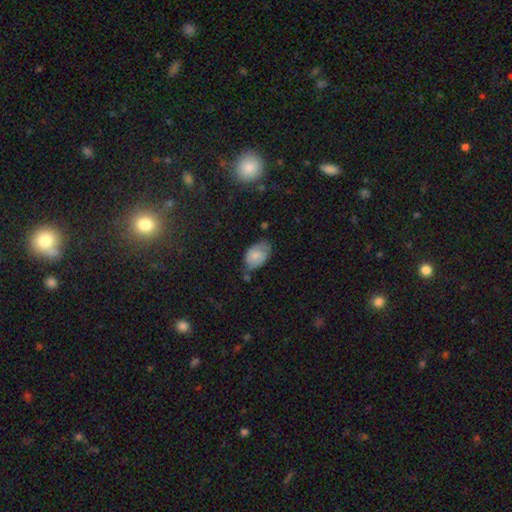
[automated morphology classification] smooth_or_featured: smooth (p=0.75) [alt: featured or disk p=0.17]
how_rounded: in between (p=0.91) [alt: round p=0.08]
merging: none (p=0.54) [alt: minor disturbance p=0.33]